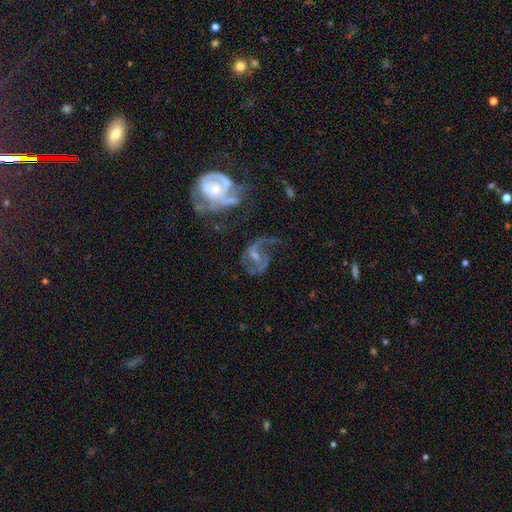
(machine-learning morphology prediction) Smooth or featured: featured or disk — 80% (smooth — 11%)
Edge-on disk: no — 97% (yes — 3%)
Bar: weak — 44% (no — 38%)
Spiral arms: yes — 87% (no — 13%)
Spiral winding: loose — 47% (medium — 40%)
Spiral arm count: 2 — 57% (1 — 21%)
Bulge size: small — 49% (moderate — 36%)
Merging: major disturbance — 37% (none — 36%)